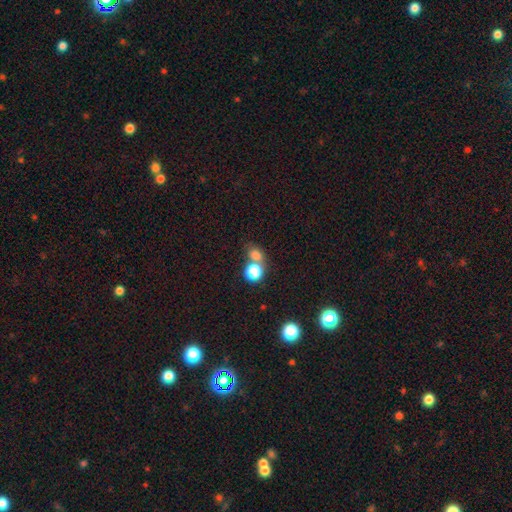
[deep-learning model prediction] smooth 77%, star or artifact 14%, featured or disk 9%. Down the decision tree: how rounded — round (60%); merging — merger (48%).